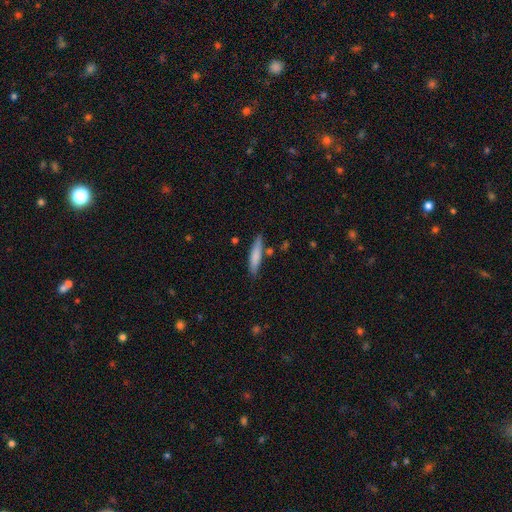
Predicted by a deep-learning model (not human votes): This appears to be a smooth galaxy with no disk features (77%) that is cigar-shaped (84%). Merging: none (79%).